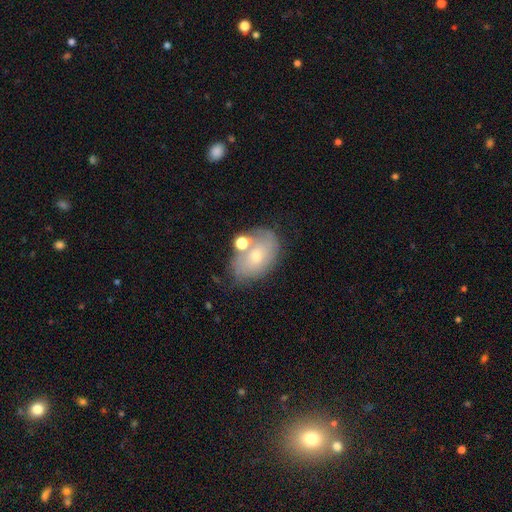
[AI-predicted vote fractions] This is possibly a smooth galaxy (53%). How rounded: clearly in between (81%). Merging: possibly none (53%).